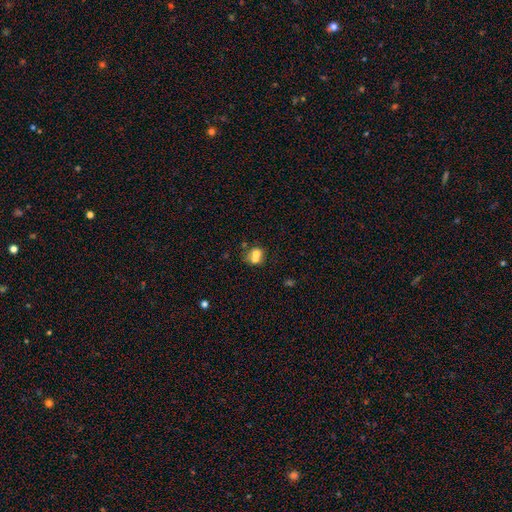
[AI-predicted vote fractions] smooth_or_featured: smooth (p=0.65) [alt: featured or disk p=0.23]
how_rounded: round (p=0.68) [alt: in between p=0.31]
merging: merger (p=0.62) [alt: none p=0.28]